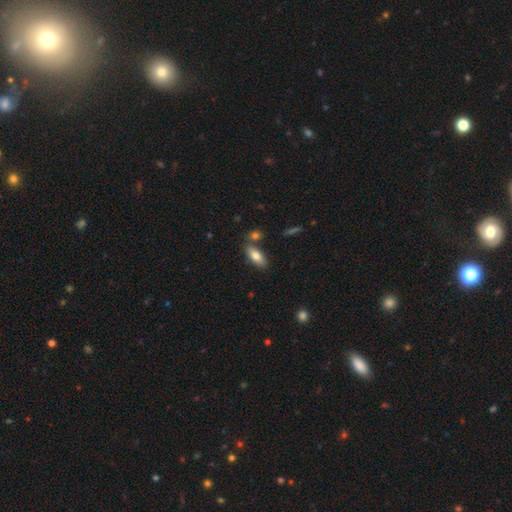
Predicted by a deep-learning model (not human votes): Morphology: type=smooth (80%); roundness=in between (80%); merging=none (73%).